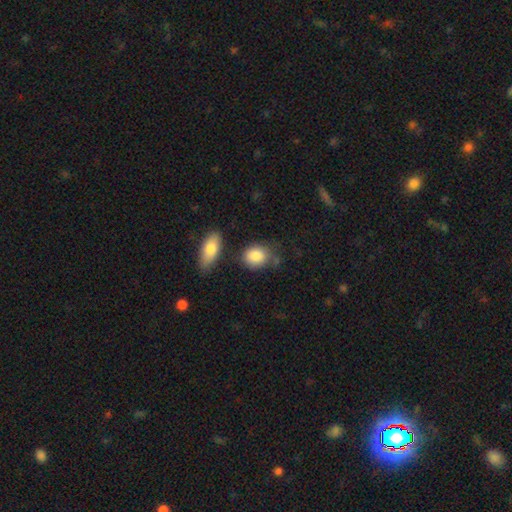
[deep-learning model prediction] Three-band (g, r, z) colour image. It shows a smooth galaxy with no disk features (86%) that is in between round and cigar-shaped (58%). Merging: none (56%).